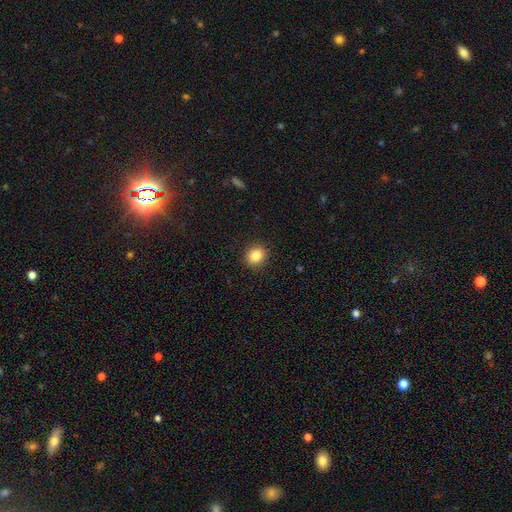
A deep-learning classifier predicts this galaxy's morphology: The model was most divided on "how rounded": round: 79%, in between: 20%, cigar-shaped: 1%. More confident: merging — none (91%); smooth or featured — smooth (85%).